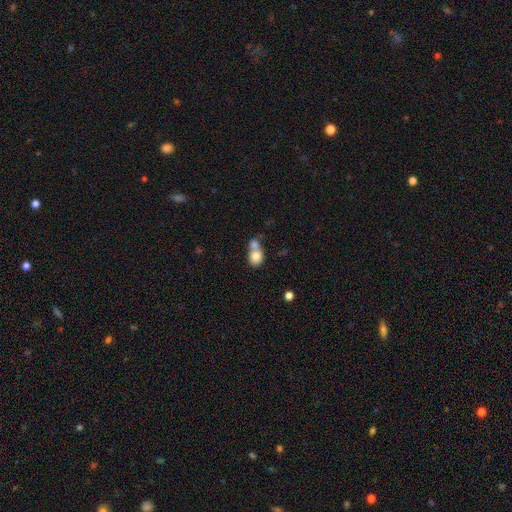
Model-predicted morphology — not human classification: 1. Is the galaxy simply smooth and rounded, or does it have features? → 78% smooth, 13% featured or disk, 9% star or artifact.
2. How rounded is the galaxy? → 63% round, 35% in between, 1% cigar-shaped.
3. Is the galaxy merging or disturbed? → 62% merger, 27% none, 7% minor disturbance, 4% major disturbance.